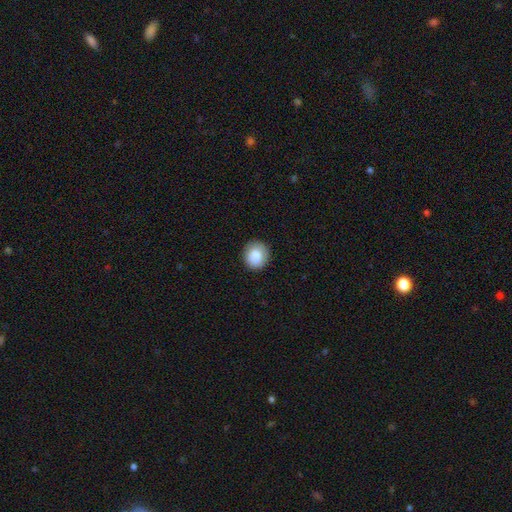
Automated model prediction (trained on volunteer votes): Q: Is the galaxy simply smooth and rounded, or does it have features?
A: smooth — 85%.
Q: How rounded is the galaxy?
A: round — 84%.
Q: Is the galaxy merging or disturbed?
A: none — 87%.